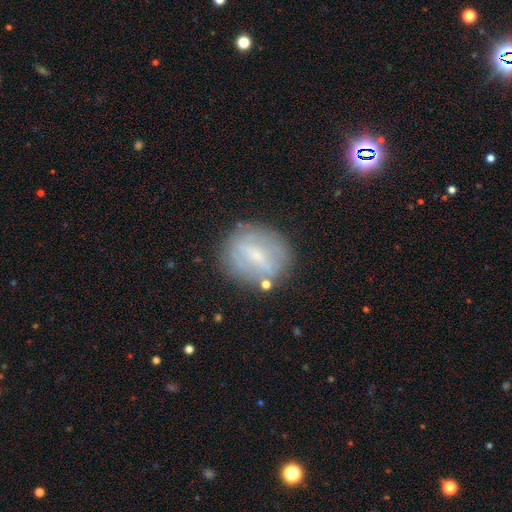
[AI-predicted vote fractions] Smooth or featured? Predicted: featured or disk (p=0.54). Edge-on disk? Predicted: no (p=0.91). Merging? Predicted: none (p=0.73).